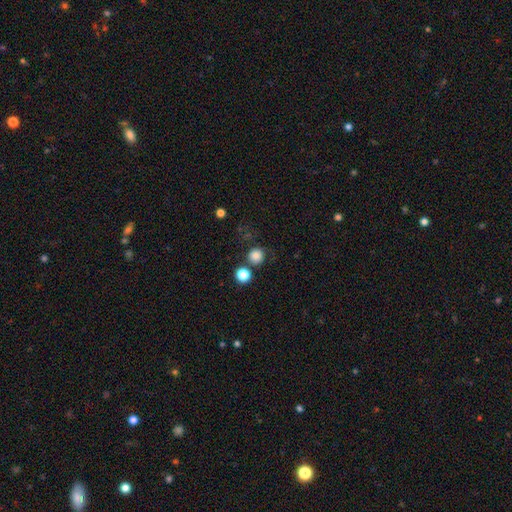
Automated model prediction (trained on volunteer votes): This is clearly a smooth galaxy (82%). How rounded: clearly round (91%). Merging: likely none (72%).